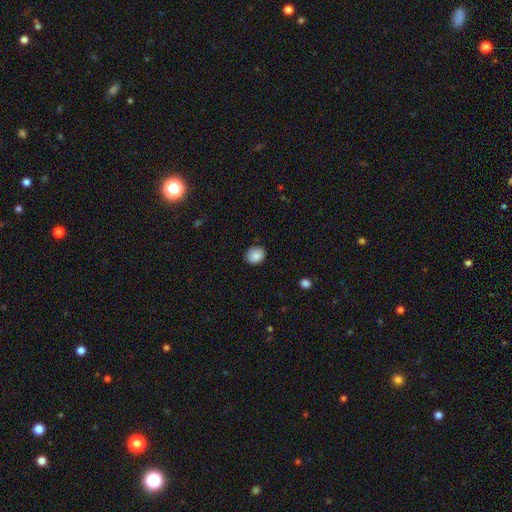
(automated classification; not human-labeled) Smooth or featured? smooth (87%)
How rounded? round (60%)
Merging? none (85%)